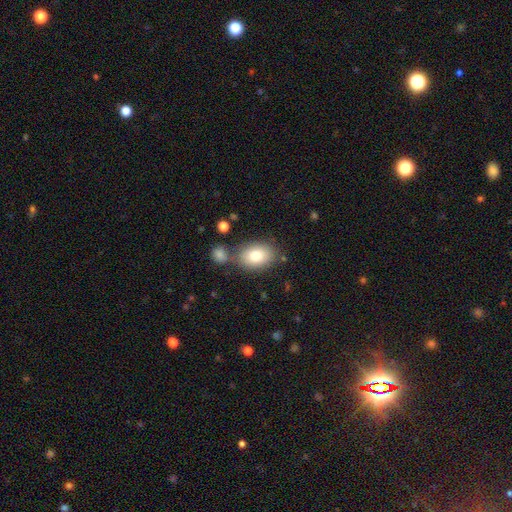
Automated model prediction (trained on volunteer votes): Smooth or featured? smooth (79%)
How rounded? in between (82%)
Merging? none (69%)